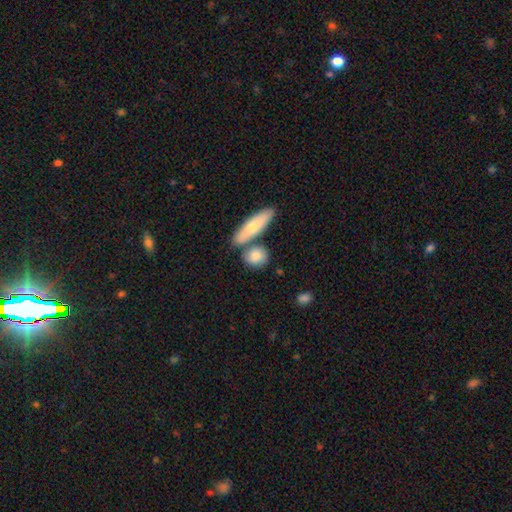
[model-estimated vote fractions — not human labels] smooth-or-featured: smooth: 79% | featured or disk: 15% | star or artifact: 6%
  how-rounded: round: 48% | in between: 36% | cigar-shaped: 16%
  merging: none: 62% | merger: 22% | minor disturbance: 13% | major disturbance: 4%